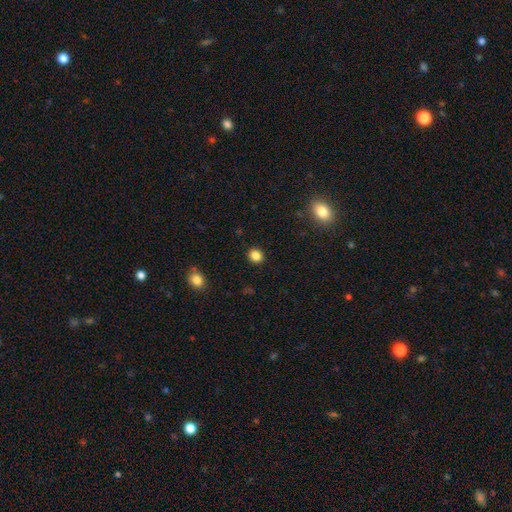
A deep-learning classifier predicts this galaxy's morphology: The model was most divided on "how rounded": round: 74%, in between: 25%, cigar-shaped: 1%. More confident: merging — none (91%); smooth or featured — smooth (85%).